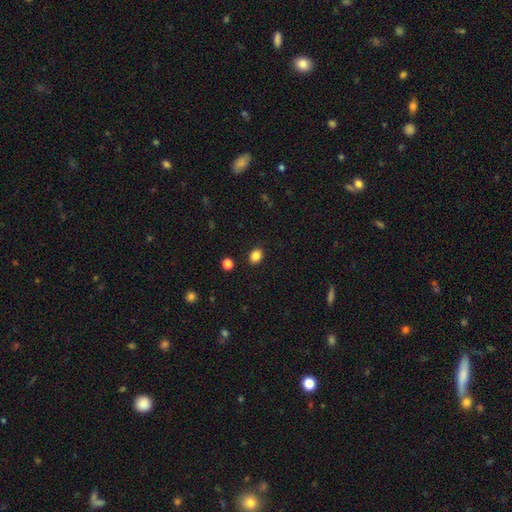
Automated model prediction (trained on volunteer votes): This is clearly a smooth galaxy (85%). How rounded: possibly in between (51%). Merging: clearly none (88%).